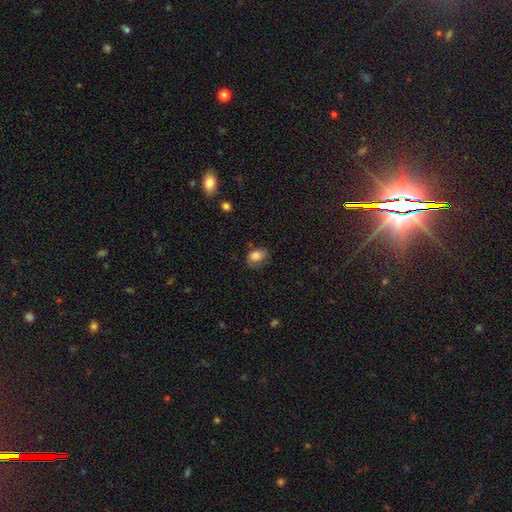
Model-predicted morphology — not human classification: A smooth galaxy with no disk features (81%) that is in between round and cigar-shaped (73%). Merging: none (53%).